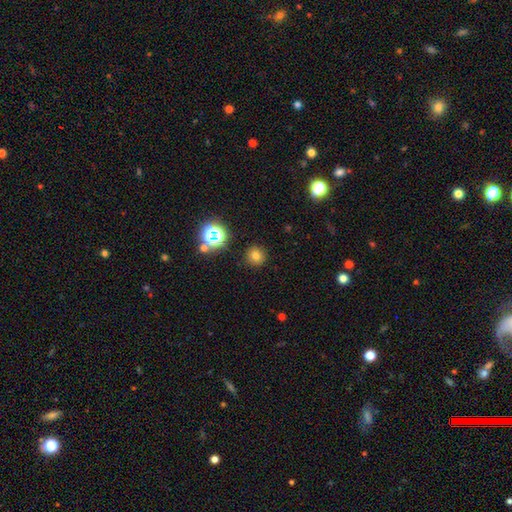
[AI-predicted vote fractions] smooth-or-featured: smooth: 73% | star or artifact: 19% | featured or disk: 7%
  how-rounded: round: 93% | in between: 7% | cigar-shaped: 1%
  merging: none: 89% | minor disturbance: 6% | major disturbance: 2% | merger: 2%